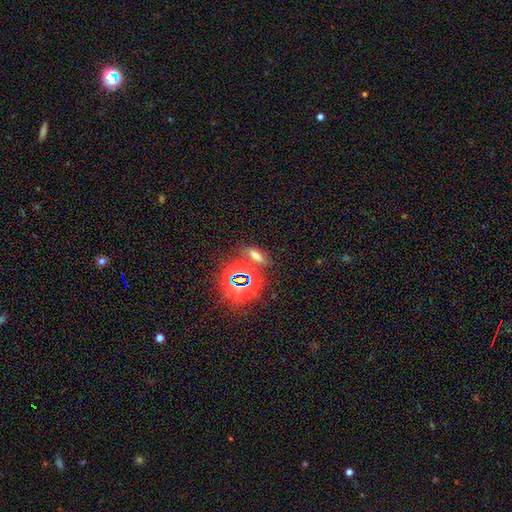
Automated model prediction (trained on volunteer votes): smooth-or-featured: smooth: 49% | star or artifact: 40% | featured or disk: 11%
  merging: none: 70% | merger: 13% | minor disturbance: 11% | major disturbance: 5%